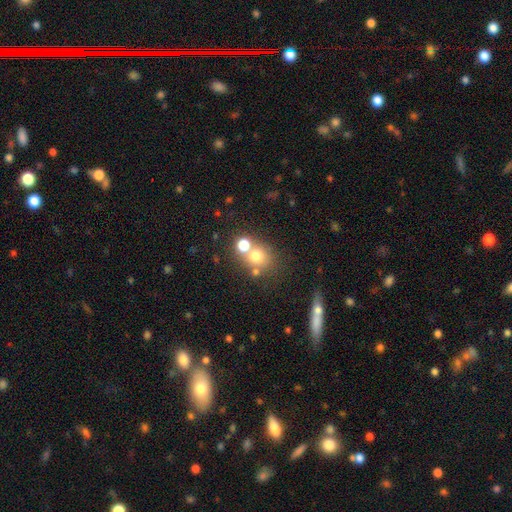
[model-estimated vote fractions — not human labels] Smooth or featured? smooth (69%)
How rounded? round (79%)
Merging? none (51%)